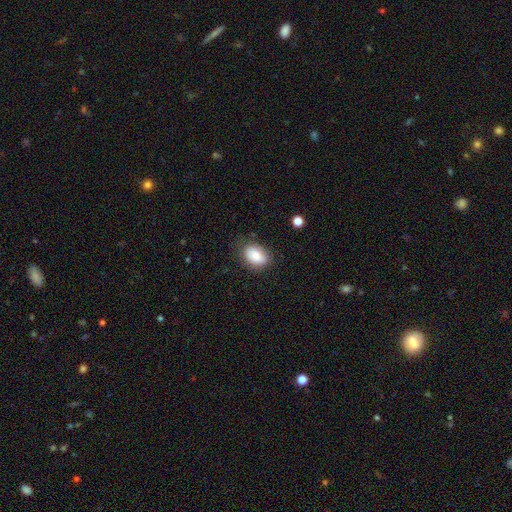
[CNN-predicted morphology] Smooth or featured? Predicted: smooth (p=0.81). How rounded? Predicted: in between (p=0.78). Merging? Predicted: none (p=0.78).